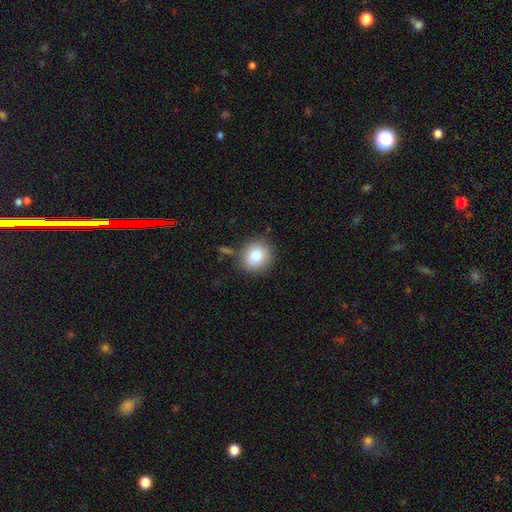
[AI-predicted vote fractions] Smooth or featured?
  - smooth: 82% *
  - star or artifact: 9%
  - featured or disk: 9%
How rounded?
  - round: 83% *
  - in between: 16%
  - cigar-shaped: 1%
Merging?
  - none: 81% *
  - minor disturbance: 11%
  - merger: 5%
  - major disturbance: 4%